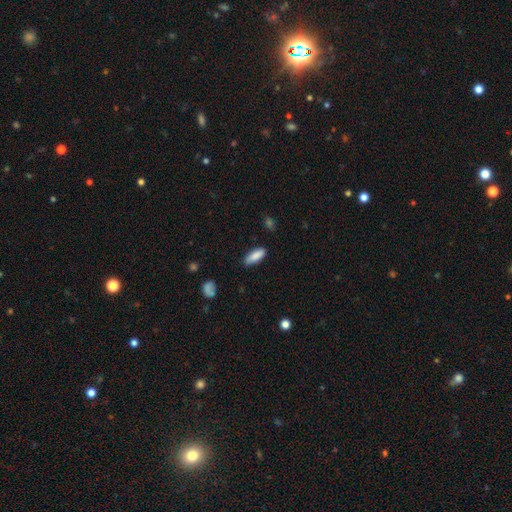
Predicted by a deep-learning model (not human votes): Overall: smooth (86%). How rounded: in between (69%; cigar-shaped 29%). Merging: none (82%).